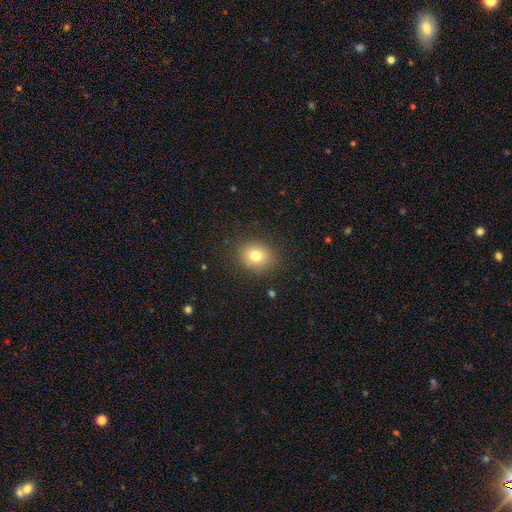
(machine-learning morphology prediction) Smooth or featured? smooth (77%)
How rounded? round (70%)
Merging? none (86%)